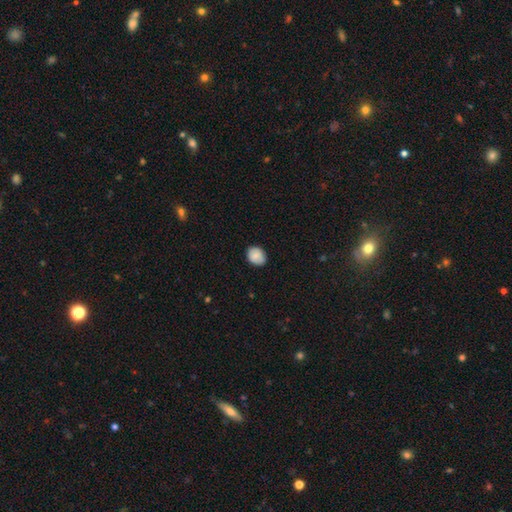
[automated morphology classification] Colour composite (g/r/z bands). It shows a smooth galaxy with no disk features (87%) that is in between round and cigar-shaped (51%). Merging: none (85%).